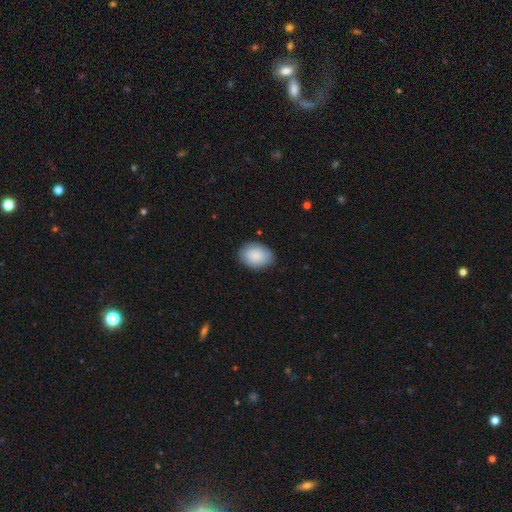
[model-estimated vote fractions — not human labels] This appears to be a smooth galaxy with no disk features (87%) that is in between round and cigar-shaped (70%). Merging: none (84%).